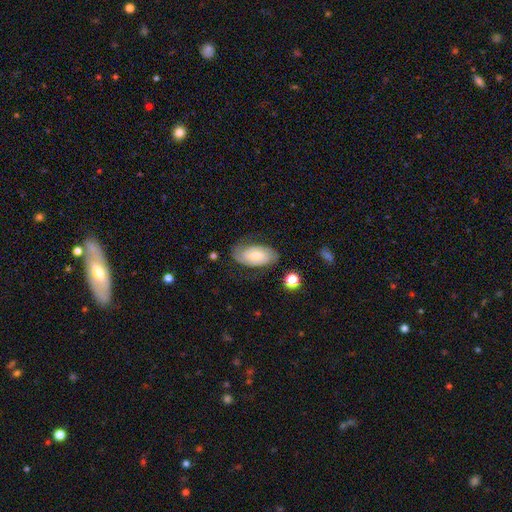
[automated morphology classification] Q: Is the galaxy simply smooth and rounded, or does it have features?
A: featured or disk — 68%.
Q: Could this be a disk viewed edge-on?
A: no — 95%.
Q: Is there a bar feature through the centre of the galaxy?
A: weak — 47%.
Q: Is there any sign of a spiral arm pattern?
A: yes — 91%.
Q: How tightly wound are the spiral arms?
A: tight — 56%.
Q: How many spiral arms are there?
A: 2 — 70%.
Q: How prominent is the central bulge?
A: moderate — 48%.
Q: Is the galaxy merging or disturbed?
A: none — 71%.